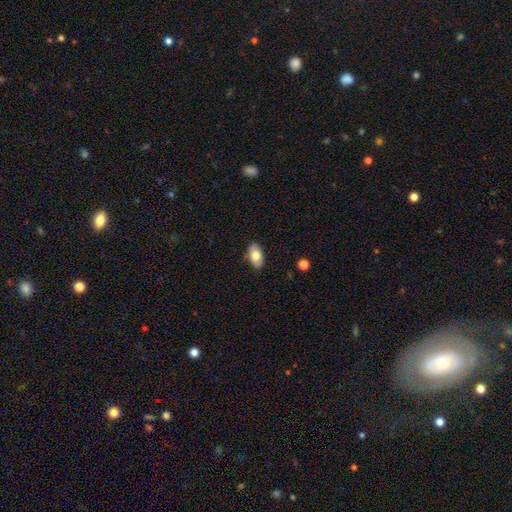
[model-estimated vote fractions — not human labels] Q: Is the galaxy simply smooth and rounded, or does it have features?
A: smooth — 74%.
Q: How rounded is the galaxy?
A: in between — 93%.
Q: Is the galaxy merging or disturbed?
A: none — 86%.